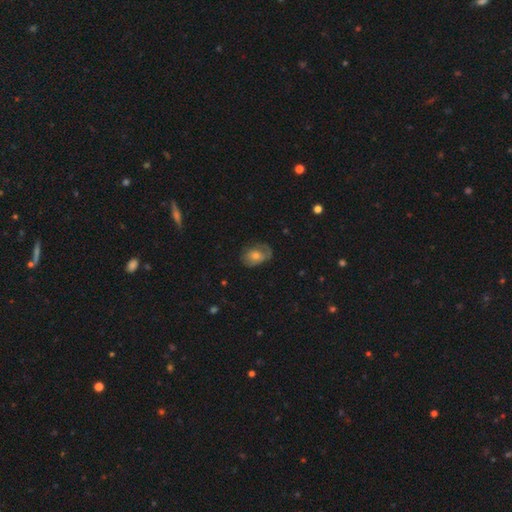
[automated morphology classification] This is possibly a smooth galaxy (50%). Merging: possibly none (59%).